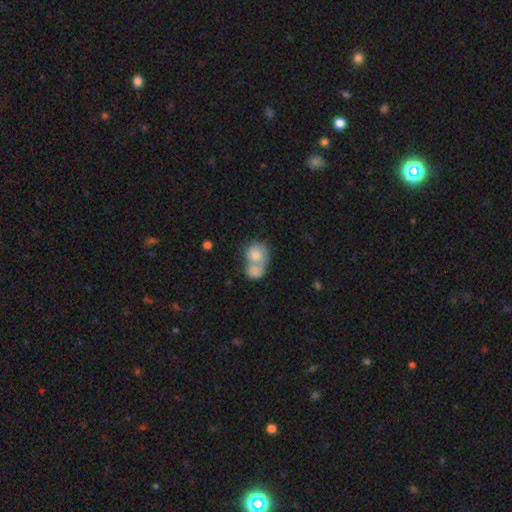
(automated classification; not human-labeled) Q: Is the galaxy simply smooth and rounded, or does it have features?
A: smooth — 75%.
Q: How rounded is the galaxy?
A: round — 64%.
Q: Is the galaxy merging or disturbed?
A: merger — 74%.